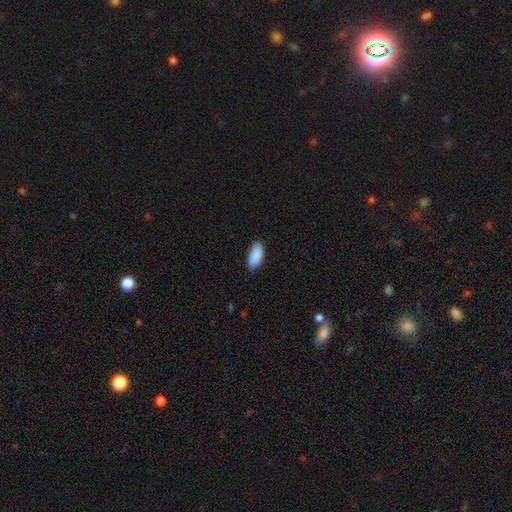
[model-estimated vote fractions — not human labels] A smooth galaxy with no disk features (90%) that is in between round and cigar-shaped (89%). Merging: none (83%).